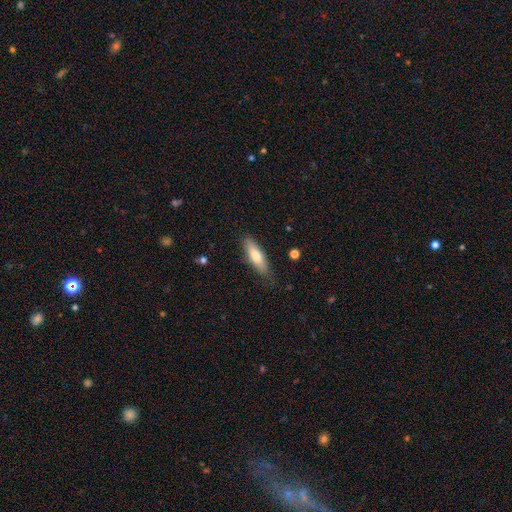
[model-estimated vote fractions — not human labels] Overall: smooth (69%). How rounded: cigar-shaped (57%; in between 41%). Merging: none (81%).